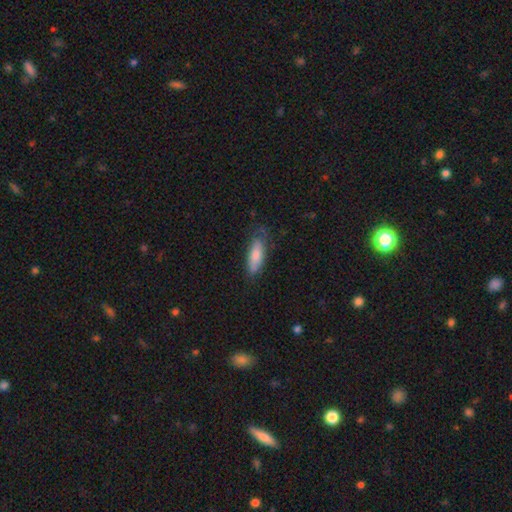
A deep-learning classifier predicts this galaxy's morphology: The model was most divided on "how rounded": in between: 60%, cigar-shaped: 38%, round: 2%. More confident: smooth or featured — smooth (75%); merging — none (65%).